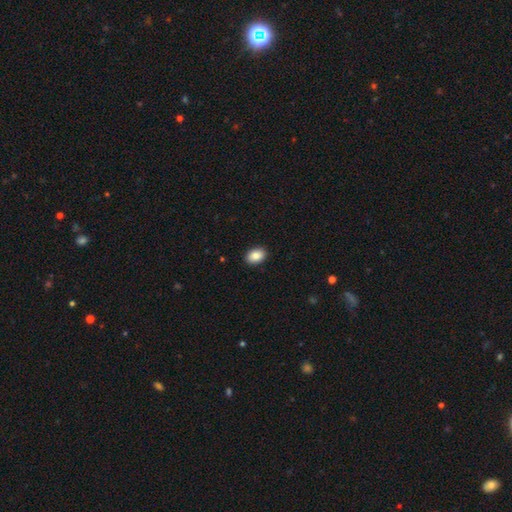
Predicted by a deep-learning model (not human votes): A smooth galaxy with no disk features (88%) that is in between round and cigar-shaped (83%). Merging: none (91%).